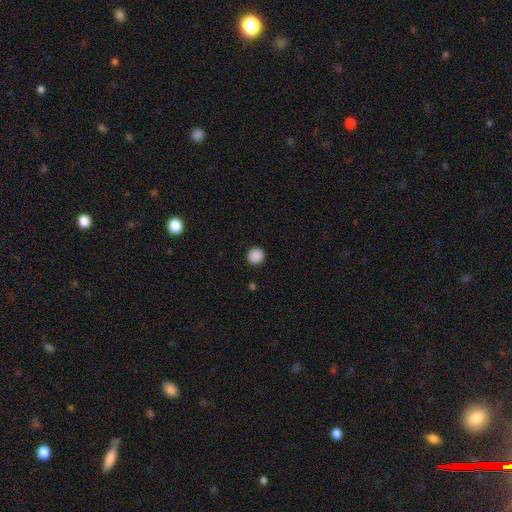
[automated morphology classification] smooth_or_featured: smooth (p=0.88) [alt: star or artifact p=0.09]
how_rounded: round (p=0.95) [alt: in between p=0.04]
merging: none (p=0.93) [alt: minor disturbance p=0.04]